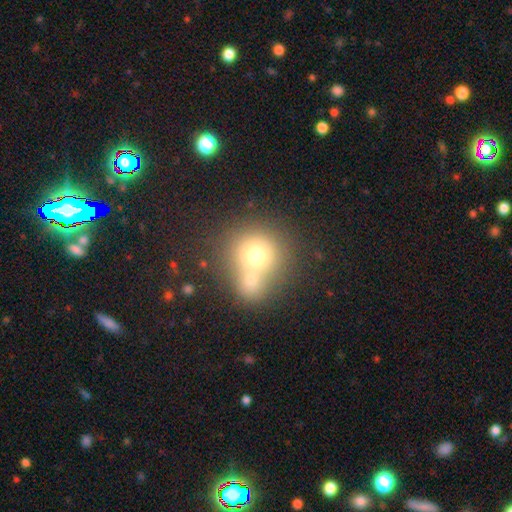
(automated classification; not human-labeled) smooth-or-featured: smooth: 67% | featured or disk: 18% | star or artifact: 14%
  how-rounded: round: 85% | in between: 14% | cigar-shaped: 1%
  merging: merger: 56% | none: 32% | minor disturbance: 8% | major disturbance: 4%